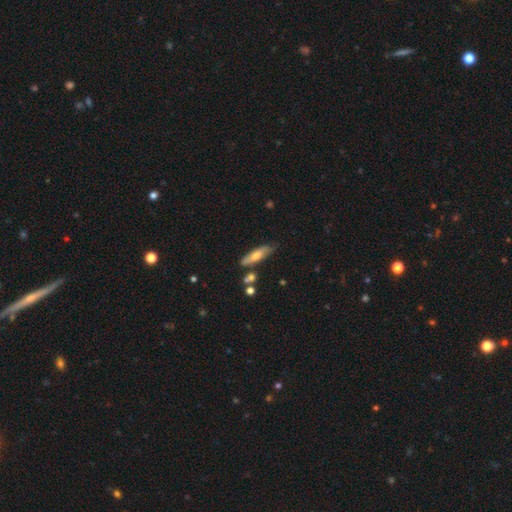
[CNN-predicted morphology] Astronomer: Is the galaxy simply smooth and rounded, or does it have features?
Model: smooth — 59%.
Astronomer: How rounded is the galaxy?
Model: cigar-shaped — 64%.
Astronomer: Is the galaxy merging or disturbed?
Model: none — 71%.